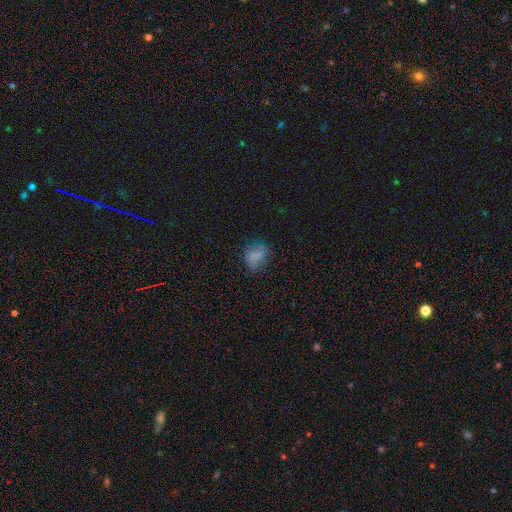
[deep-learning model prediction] Overall: smooth (74%). How rounded: in between (66%; round 32%). Merging: none (65%).